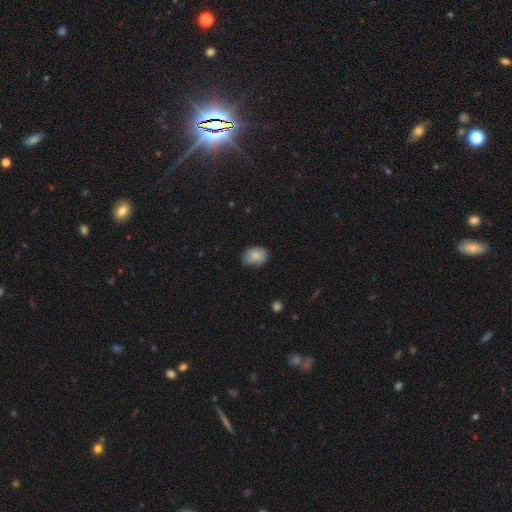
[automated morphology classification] A smooth galaxy with no disk features (84%) that is in between round and cigar-shaped (78%).

Vote fractions:
- Smooth or featured? smooth: 84% / featured or disk: 8% / star or artifact: 7%
- How rounded? in between: 78% / round: 21% / cigar-shaped: 1%
- Merging? none: 70% / minor disturbance: 24% / major disturbance: 4% / merger: 1%